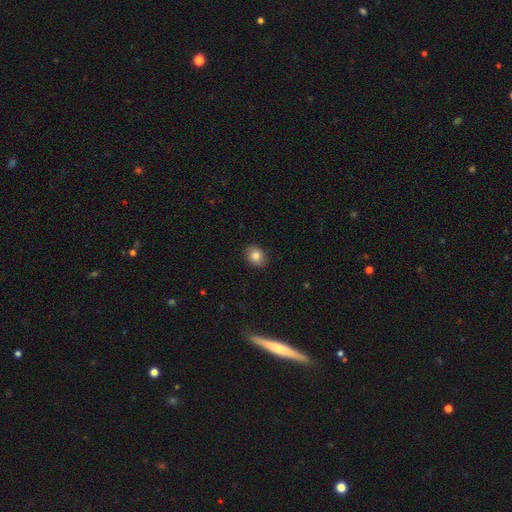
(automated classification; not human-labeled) A smooth galaxy with no disk features (84%) that is in between round and cigar-shaped (54%). Merging: none (89%).